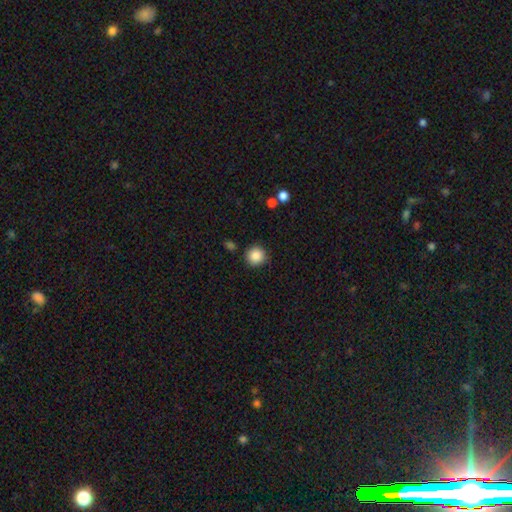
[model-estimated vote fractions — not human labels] A smooth galaxy with no disk features (87%) that is round (93%). Merging: none (85%).